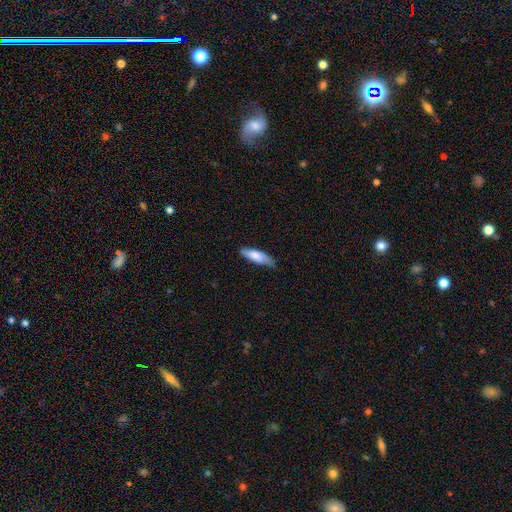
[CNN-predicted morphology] Q: Smooth or featured?
A: smooth (77%); runner-up: featured or disk (17%)
Q: How rounded?
A: cigar-shaped (51%); runner-up: in between (47%)
Q: Merging?
A: none (69%); runner-up: minor disturbance (26%)